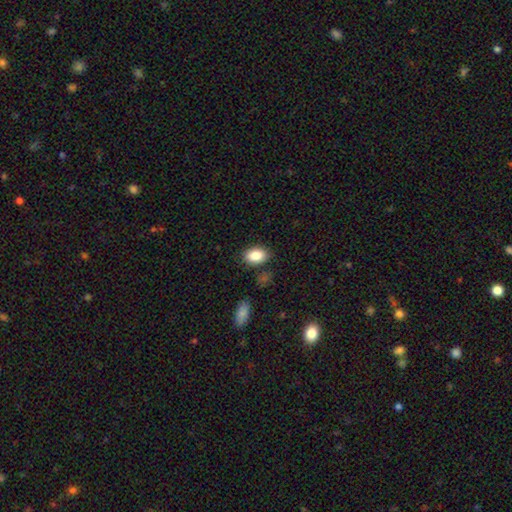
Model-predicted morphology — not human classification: Q: Smooth or featured?
A: smooth (86%); runner-up: star or artifact (8%)
Q: How rounded?
A: in between (87%); runner-up: round (12%)
Q: Merging?
A: none (83%); runner-up: minor disturbance (11%)